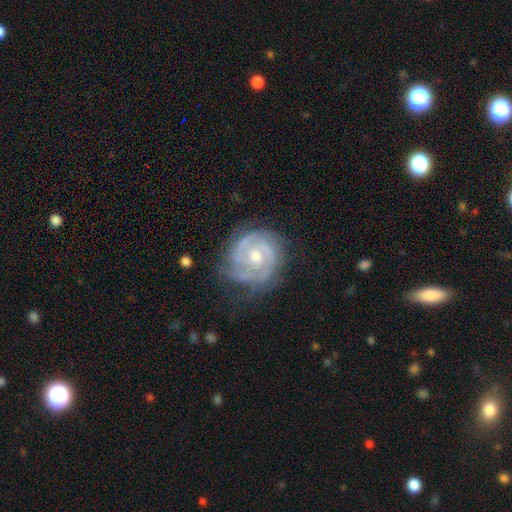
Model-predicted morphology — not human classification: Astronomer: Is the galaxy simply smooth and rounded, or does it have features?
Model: featured or disk — 87%.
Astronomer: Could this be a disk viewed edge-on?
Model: no — 98%.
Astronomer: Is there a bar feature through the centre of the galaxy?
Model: no — 65%.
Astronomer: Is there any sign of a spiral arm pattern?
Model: yes — 96%.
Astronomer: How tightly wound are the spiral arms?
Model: tight — 68%.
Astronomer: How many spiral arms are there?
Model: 2 — 36% (runner-up: 3, 30%).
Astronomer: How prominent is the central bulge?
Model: moderate — 61%.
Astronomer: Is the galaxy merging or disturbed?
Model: none — 67%.